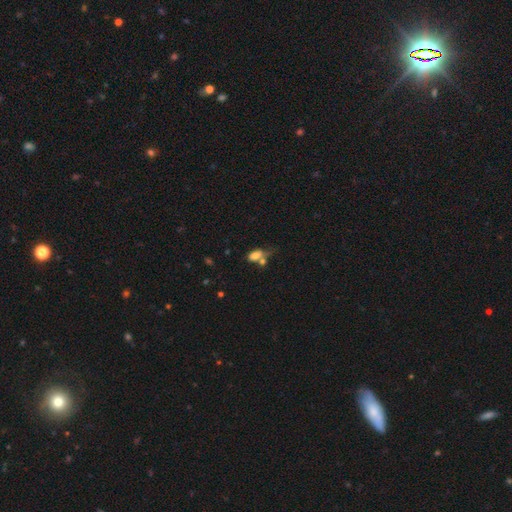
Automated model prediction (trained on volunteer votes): A smooth galaxy with no disk features (73%) that is in between round and cigar-shaped (85%). Merging: merger (37%).